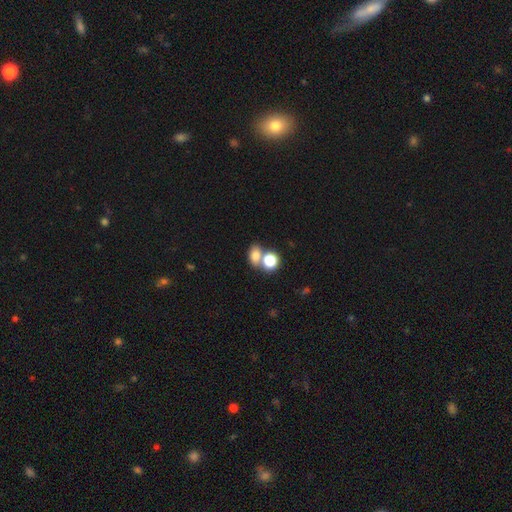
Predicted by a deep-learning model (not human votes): Smooth or featured? Predicted: smooth (p=0.76). How rounded? Predicted: in between (p=0.61). Merging? Predicted: none (p=0.44).